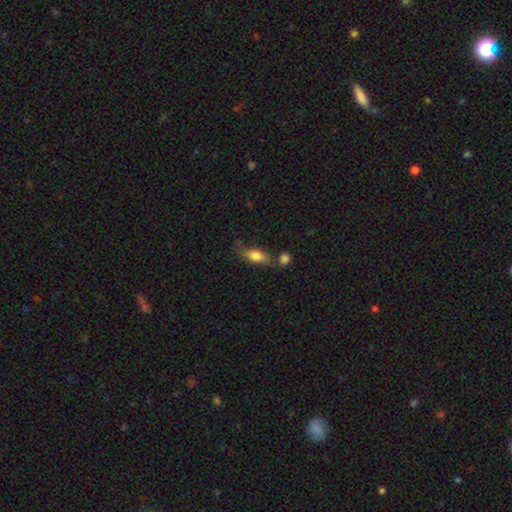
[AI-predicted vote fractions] Smooth or featured: smooth — 78% (featured or disk — 15%)
How rounded: in between — 80% (cigar-shaped — 15%)
Merging: none — 56% (minor disturbance — 21%)